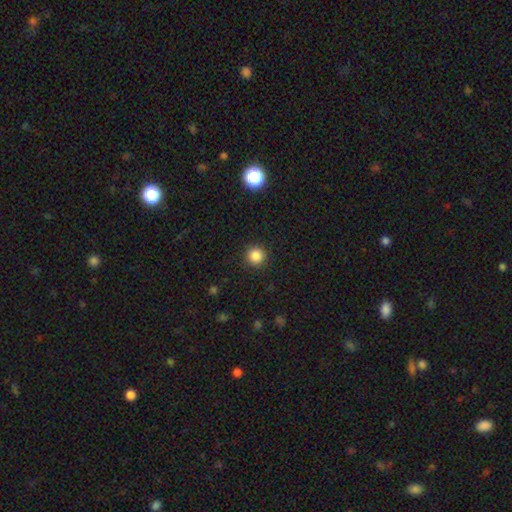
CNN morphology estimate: smooth-or-featured: smooth: 85% | star or artifact: 11% | featured or disk: 3%
  how-rounded: round: 95% | in between: 4% | cigar-shaped: 1%
  merging: none: 92% | minor disturbance: 5% | major disturbance: 2% | merger: 1%